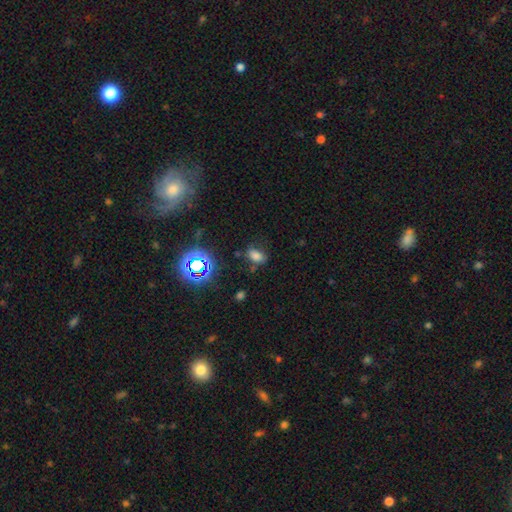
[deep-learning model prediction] Morphology: type=smooth (70%); roundness=in between (84%); merging=none (72%).